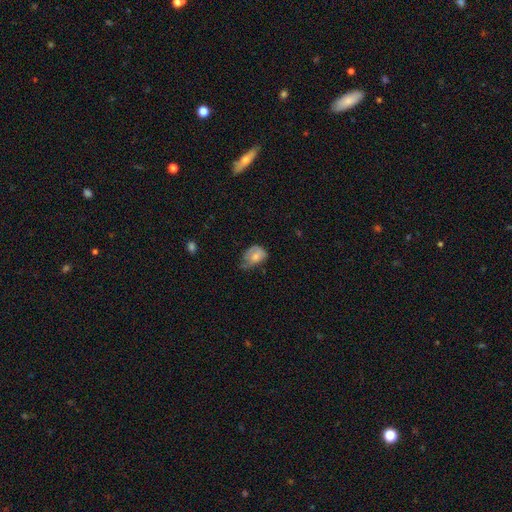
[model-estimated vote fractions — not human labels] This is likely a smooth galaxy (64%). How rounded: likely in between (73%). Merging: marginally minor disturbance (43%).